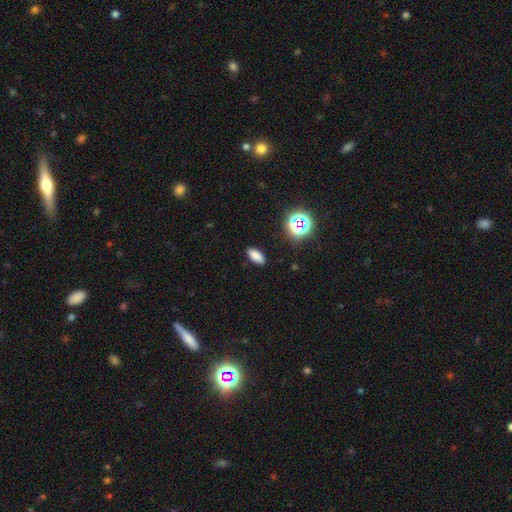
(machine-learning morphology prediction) smooth-or-featured: smooth: 79% | star or artifact: 15% | featured or disk: 6%
  how-rounded: in between: 80% | cigar-shaped: 16% | round: 5%
  merging: none: 89% | minor disturbance: 8% | major disturbance: 2% | merger: 1%